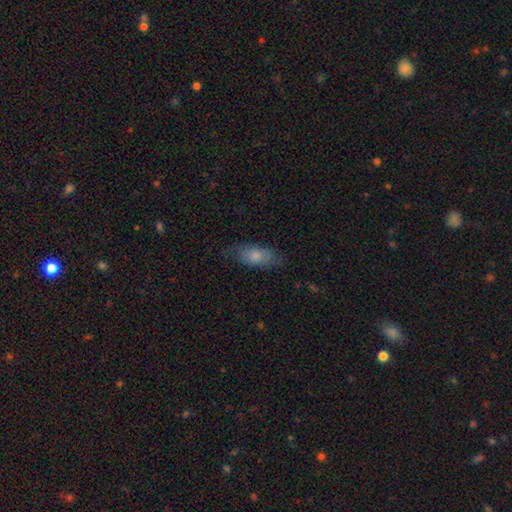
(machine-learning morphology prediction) A smooth galaxy with no disk features (74%) that is in between round and cigar-shaped (80%). Merging: none (71%).